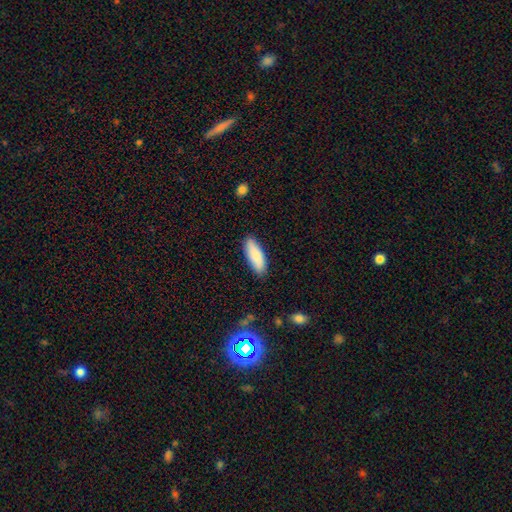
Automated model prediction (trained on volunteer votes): Morphology: type=smooth (87%); roundness=in between (61%); merging=none (85%).